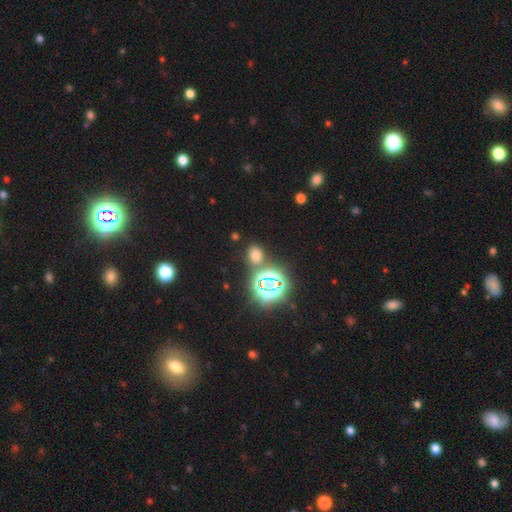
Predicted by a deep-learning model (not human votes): Morphology: type=smooth (56%); roundness=round (52%); merging=none (78%).